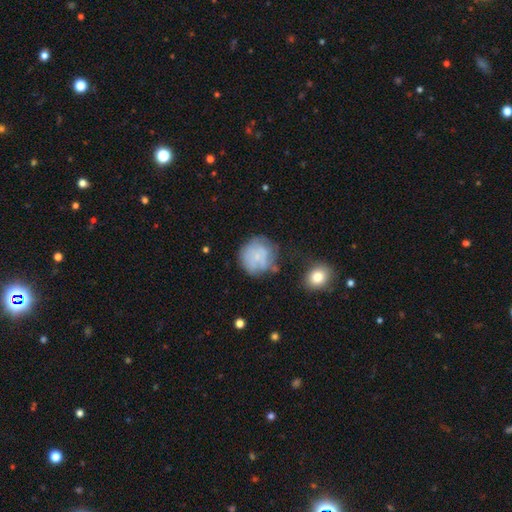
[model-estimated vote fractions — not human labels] A smooth galaxy with no disk features (56%) that is round (87%).

Vote fractions:
- Smooth or featured? smooth: 56% / featured or disk: 34% / star or artifact: 10%
- How rounded? round: 87% / in between: 12% / cigar-shaped: 1%
- Merging? none: 59% / minor disturbance: 24% / major disturbance: 12% / merger: 5%